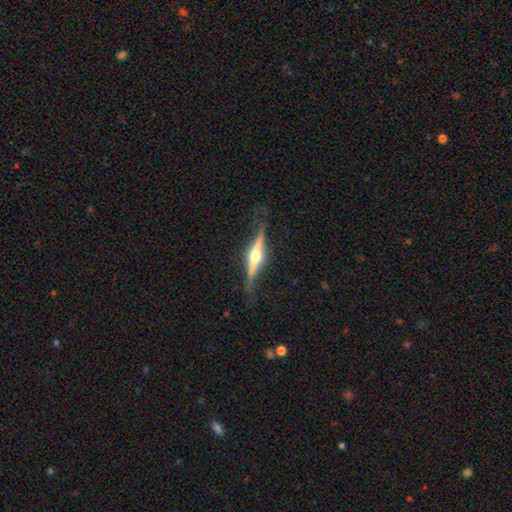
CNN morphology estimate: This appears to be a featured or disk galaxy (77%) viewed edge-on (96%) with a rounded central bulge (94%). Merging: none (79%).